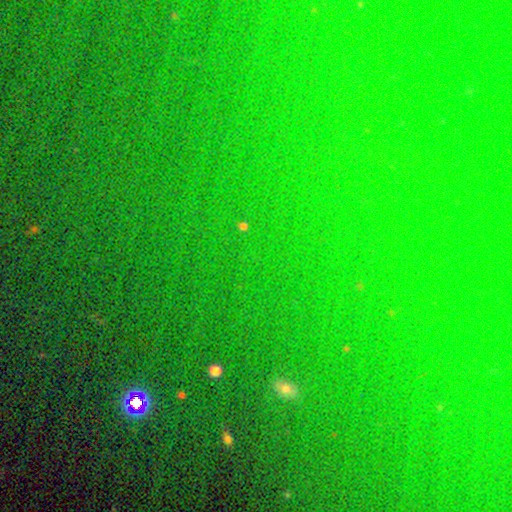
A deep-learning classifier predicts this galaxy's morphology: A star or artifact, not a galaxy (77%).